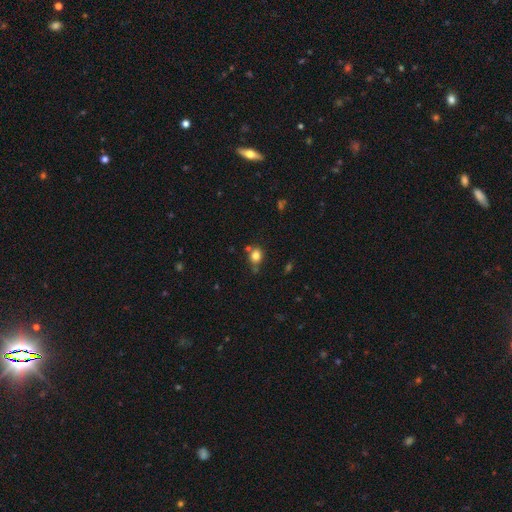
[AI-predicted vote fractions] A smooth galaxy with no disk features (80%) that is round (57%). Merging: none (65%).